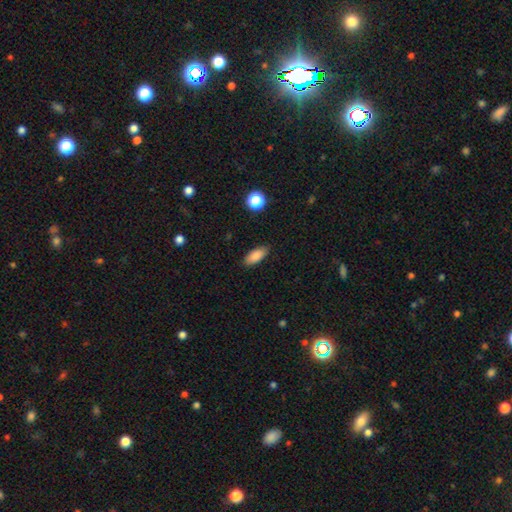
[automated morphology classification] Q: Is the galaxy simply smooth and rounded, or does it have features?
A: smooth — 86%.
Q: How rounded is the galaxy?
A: in between — 85%.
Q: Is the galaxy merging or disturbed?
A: none — 86%.